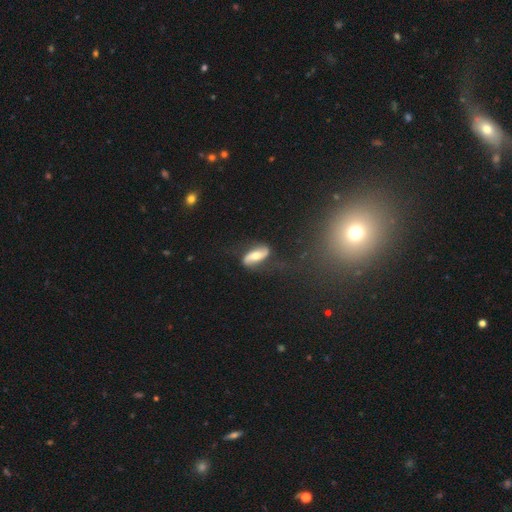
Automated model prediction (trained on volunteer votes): featured or disk 70%, smooth 23%, star or artifact 7%. Down the decision tree: edge-on disk — no (90%); bar — no (42%); spiral arms — yes (90%); spiral arm count — 2 (91%); spiral winding — loose (69%); bulge size — moderate (63%); merging — none (72%).